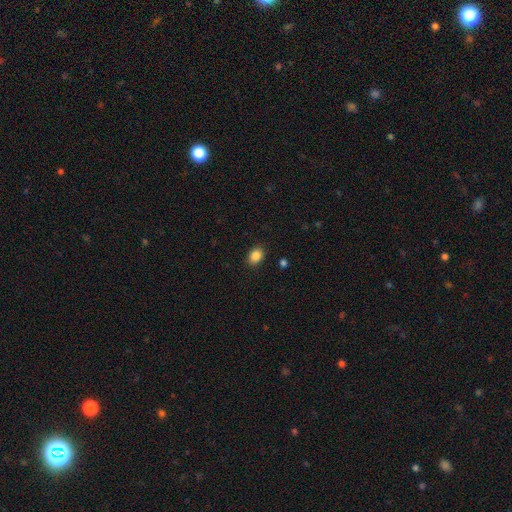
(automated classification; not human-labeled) A smooth galaxy with no disk features (86%) that is in between round and cigar-shaped (58%). Merging: none (88%).